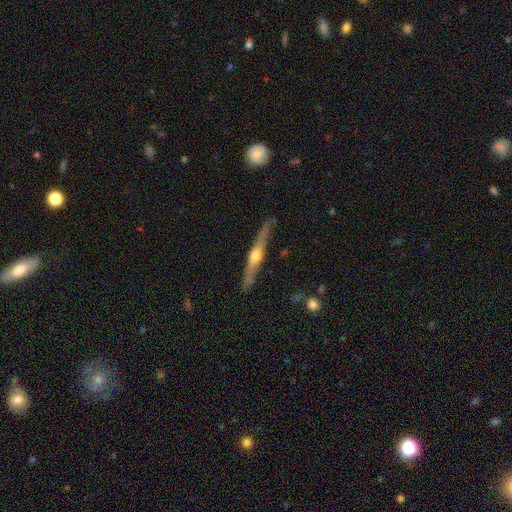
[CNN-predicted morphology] A featured or disk galaxy (71%) viewed edge-on (96%) with a rounded central bulge (91%). Merging: none (86%).